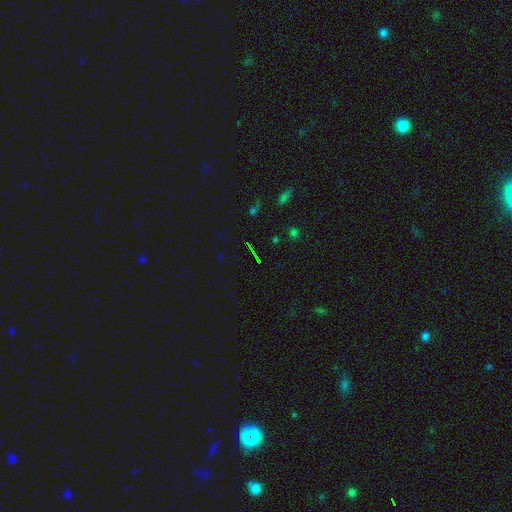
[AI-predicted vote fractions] Morphology: type=star or artifact (70%).